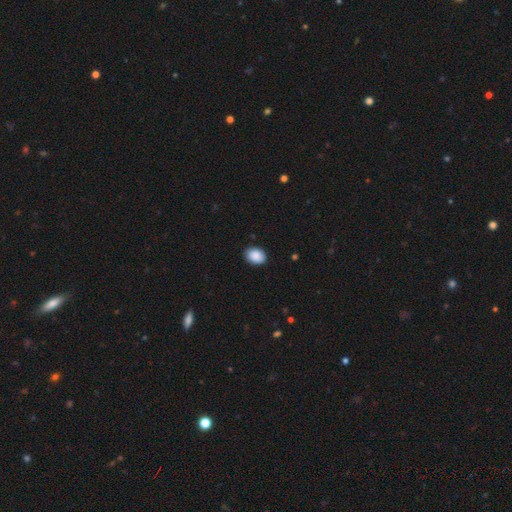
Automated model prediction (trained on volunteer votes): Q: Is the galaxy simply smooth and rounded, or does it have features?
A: smooth — 90%.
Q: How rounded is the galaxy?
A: in between — 72%.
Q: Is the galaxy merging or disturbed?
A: none — 88%.